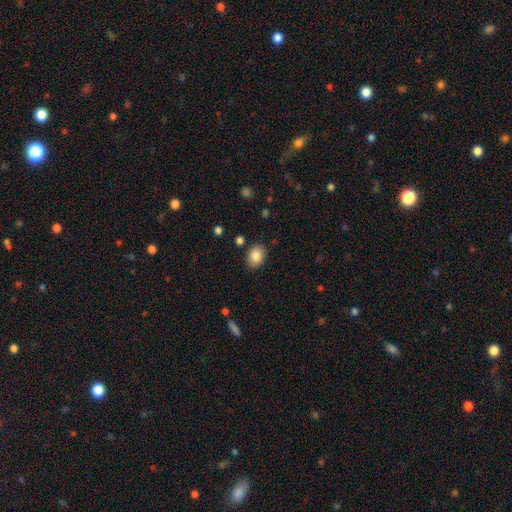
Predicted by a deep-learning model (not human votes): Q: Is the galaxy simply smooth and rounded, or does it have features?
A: smooth — 85%.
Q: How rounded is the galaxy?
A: in between — 68%.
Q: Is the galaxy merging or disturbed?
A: none — 86%.